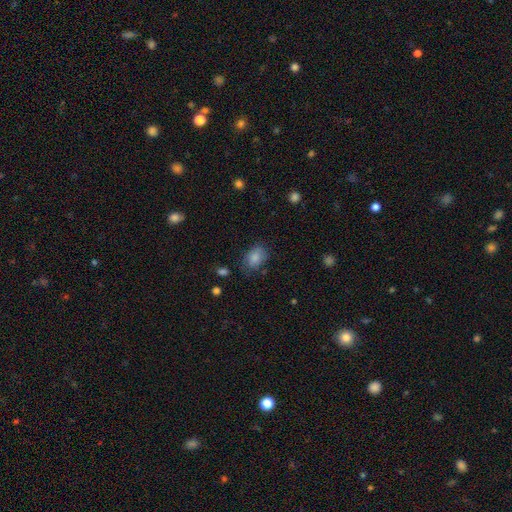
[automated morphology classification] The model was most divided on "merging": none: 73%, minor disturbance: 19%, major disturbance: 6%, merger: 2%. More confident: how rounded — in between (79%); smooth or featured — smooth (72%).